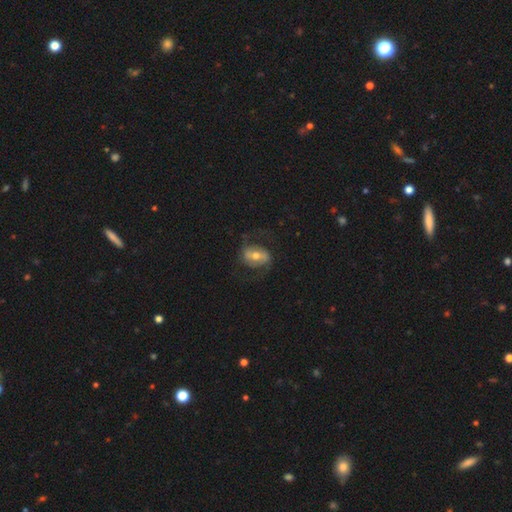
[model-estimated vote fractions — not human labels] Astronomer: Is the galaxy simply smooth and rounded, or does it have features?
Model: featured or disk — 70%.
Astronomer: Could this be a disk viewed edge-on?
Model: no — 96%.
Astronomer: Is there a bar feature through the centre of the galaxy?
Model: strong — 38% (runner-up: weak, 37%).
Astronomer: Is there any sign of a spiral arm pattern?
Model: yes — 87%.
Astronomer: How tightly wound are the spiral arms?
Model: medium — 45% (runner-up: loose, 41%).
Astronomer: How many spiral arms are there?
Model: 2 — 90%.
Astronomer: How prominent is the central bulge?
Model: moderate — 65%.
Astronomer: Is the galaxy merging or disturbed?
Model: none — 69%.